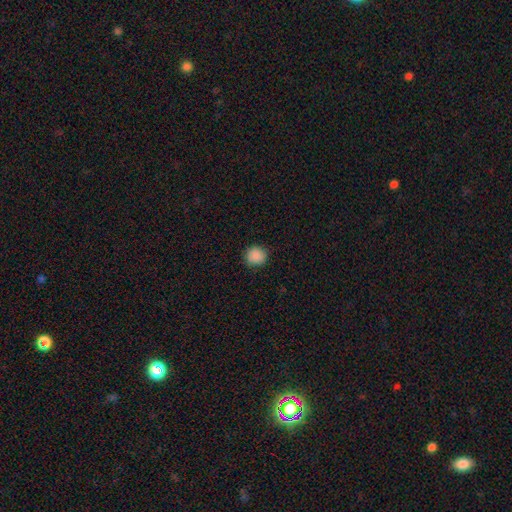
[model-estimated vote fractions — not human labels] smooth-or-featured: smooth: 88% | star or artifact: 9% | featured or disk: 3%
  how-rounded: round: 90% | in between: 9% | cigar-shaped: 1%
  merging: none: 89% | minor disturbance: 8% | major disturbance: 2% | merger: 1%